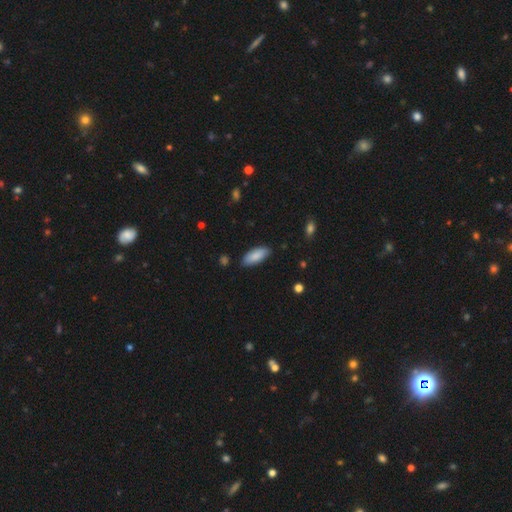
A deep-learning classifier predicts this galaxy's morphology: Smooth or featured? Predicted: smooth (p=0.86). How rounded? Predicted: in between (p=0.78). Merging? Predicted: none (p=0.85).